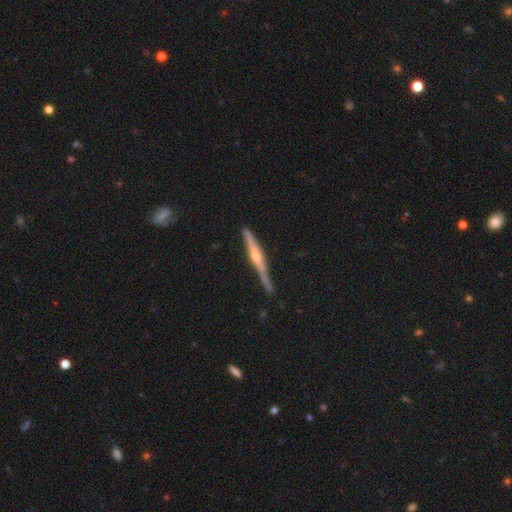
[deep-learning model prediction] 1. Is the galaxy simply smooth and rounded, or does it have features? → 81% featured or disk, 13% smooth, 6% star or artifact.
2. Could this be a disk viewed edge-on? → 98% yes, 2% no.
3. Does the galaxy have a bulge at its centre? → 86% rounded, 7% none, 6% boxy.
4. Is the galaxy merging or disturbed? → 85% none, 11% minor disturbance, 2% major disturbance, 2% merger.